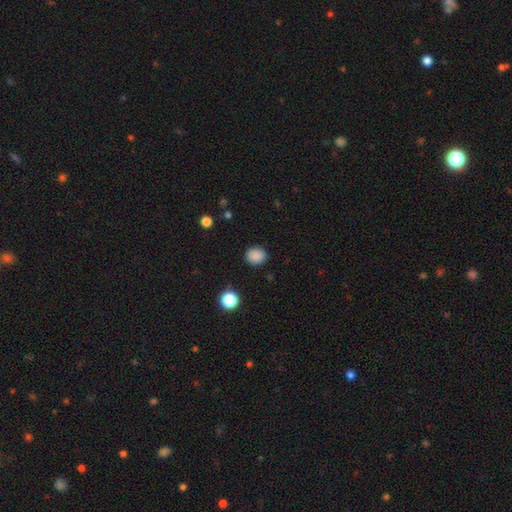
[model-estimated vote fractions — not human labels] This appears to be a smooth galaxy with no disk features (87%) that is round (74%). Merging: none (88%).